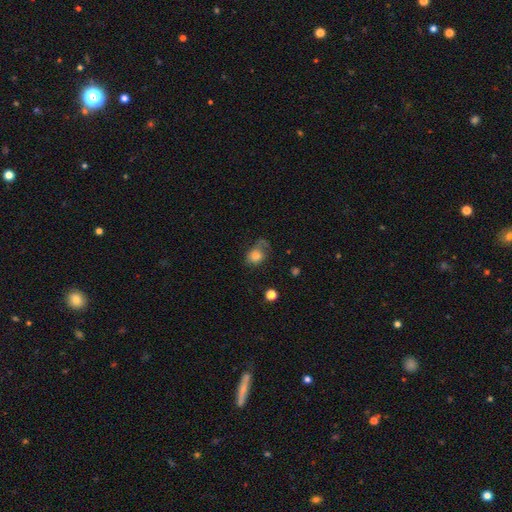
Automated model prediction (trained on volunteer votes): This is likely a smooth galaxy (72%). How rounded: possibly round (50%). Merging: marginally none (34%, tied with major disturbance).